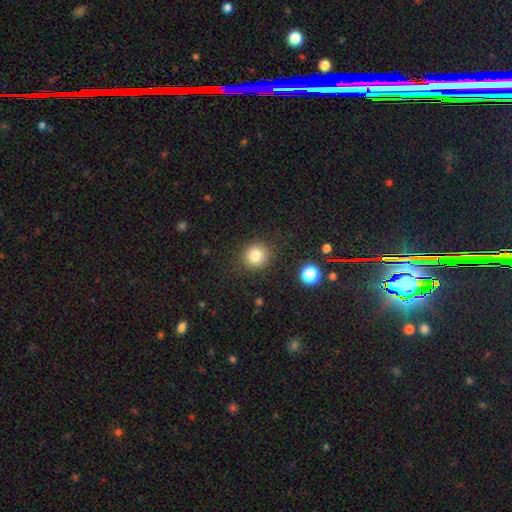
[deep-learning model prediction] The model was most divided on "smooth or featured": smooth: 82%, star or artifact: 12%, featured or disk: 6%. More confident: how rounded — round (89%); merging — none (88%).